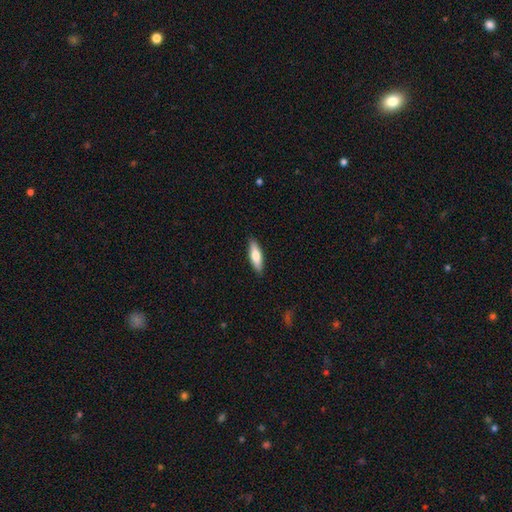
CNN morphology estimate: The model was most divided on "how rounded": cigar-shaped: 59%, in between: 39%, round: 2%. More confident: merging — none (89%); smooth or featured — smooth (66%).